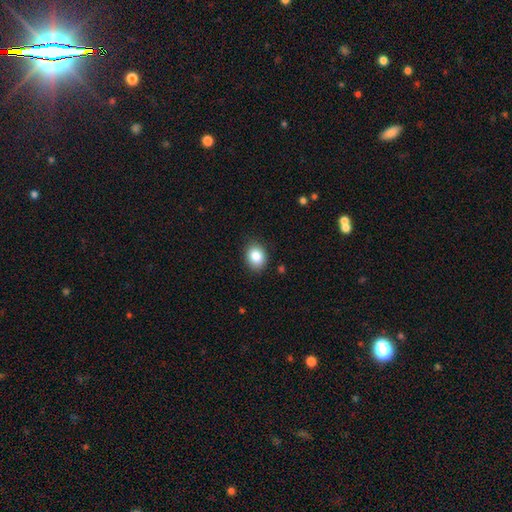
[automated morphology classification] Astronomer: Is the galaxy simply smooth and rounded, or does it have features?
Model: smooth — 86%.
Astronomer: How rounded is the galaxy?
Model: in between — 51% (runner-up: round, 48%).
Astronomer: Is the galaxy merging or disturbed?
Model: none — 85%.